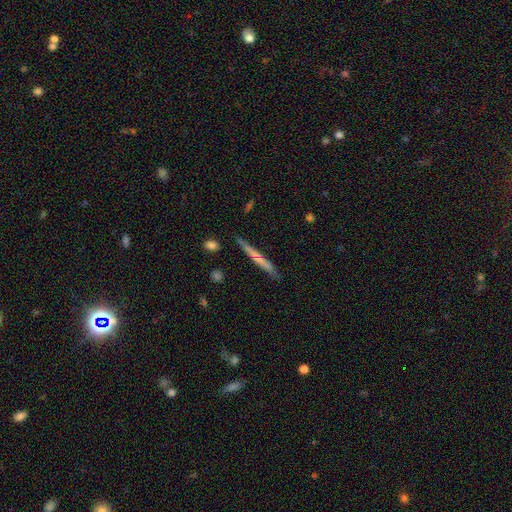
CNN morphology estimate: This is possibly a smooth galaxy (50%). Merging: clearly none (89%).